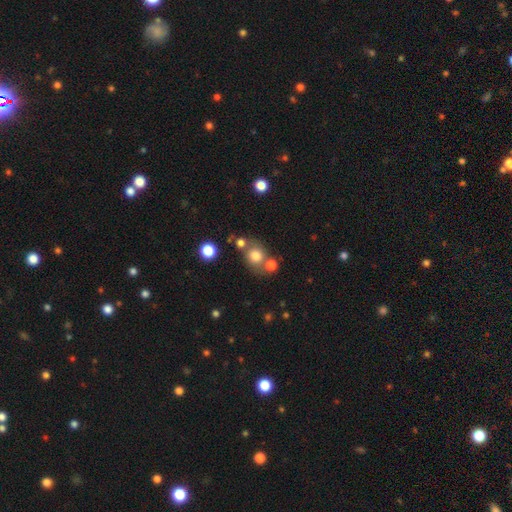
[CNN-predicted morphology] The model was most divided on "merging": none: 60%, merger: 23%, minor disturbance: 11%, major disturbance: 5%. More confident: smooth or featured — smooth (75%); how rounded — round (74%).